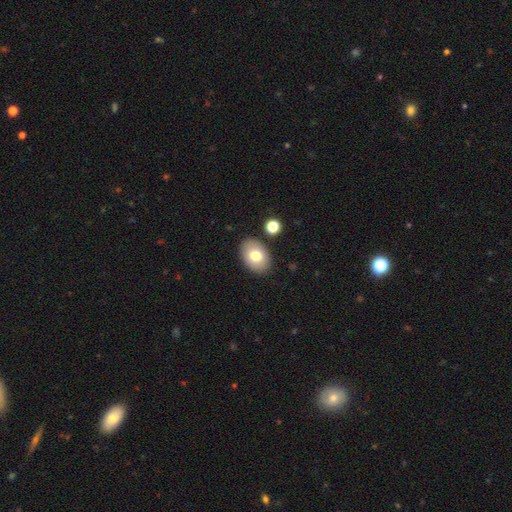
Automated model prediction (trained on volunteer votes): A smooth galaxy with no disk features (76%) that is in between round and cigar-shaped (82%). Merging: none (85%).